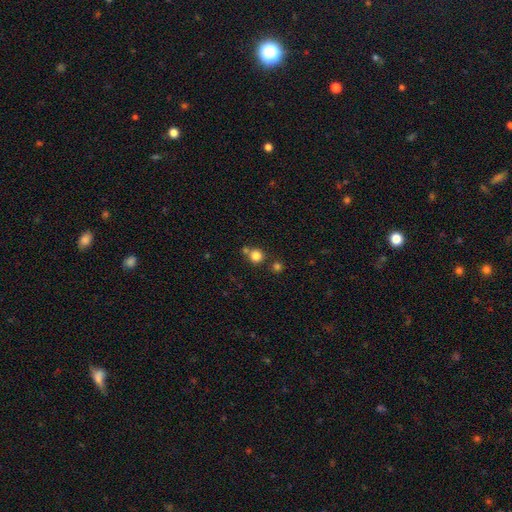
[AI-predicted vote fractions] Morphology: type=smooth (81%); roundness=round (92%); merging=none (68%).